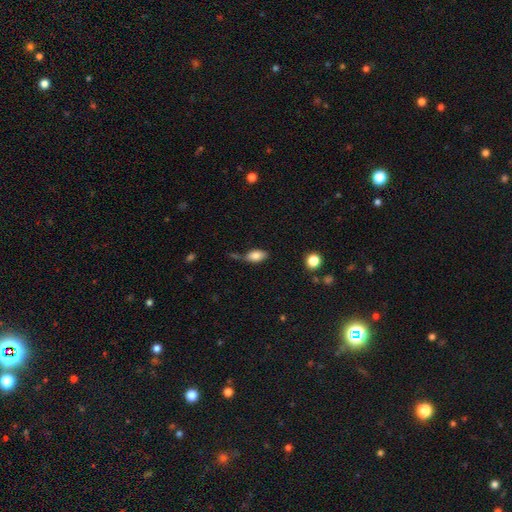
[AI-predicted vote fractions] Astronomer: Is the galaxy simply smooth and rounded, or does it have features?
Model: smooth — 83%.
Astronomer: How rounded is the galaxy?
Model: in between — 91%.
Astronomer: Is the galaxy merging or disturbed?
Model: none — 56%.